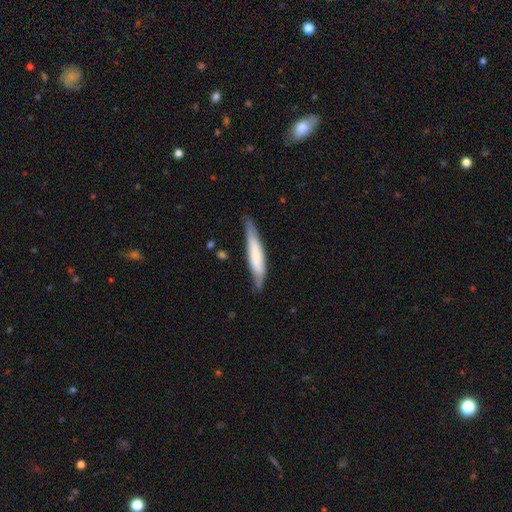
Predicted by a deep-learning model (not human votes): Smooth or featured? smooth (64%)
How rounded? cigar-shaped (88%)
Merging? none (75%)